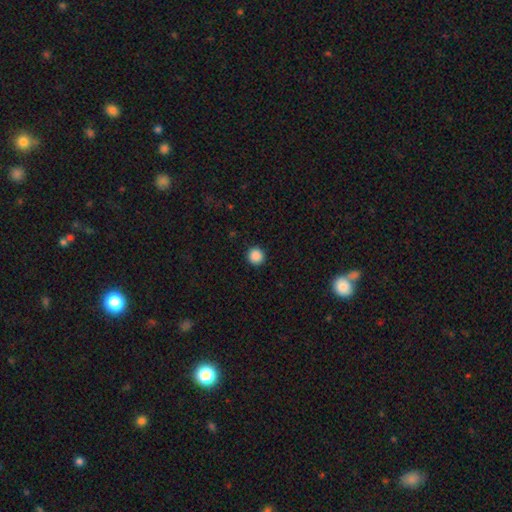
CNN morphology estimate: Smooth or featured? Predicted: smooth (p=0.88). How rounded? Predicted: round (p=0.95). Merging? Predicted: none (p=0.93).